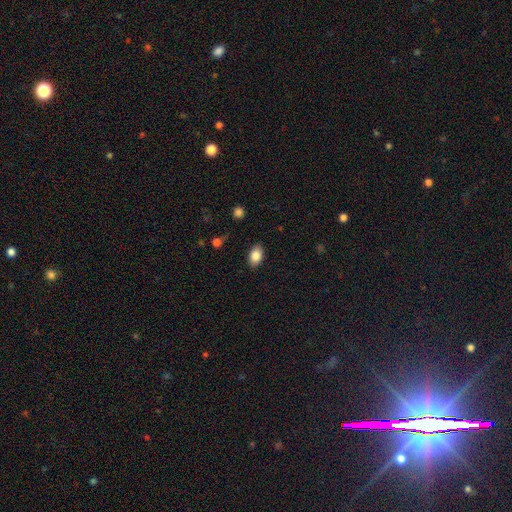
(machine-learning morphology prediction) This is clearly a smooth galaxy (84%). How rounded: clearly in between (88%). Merging: clearly none (86%).